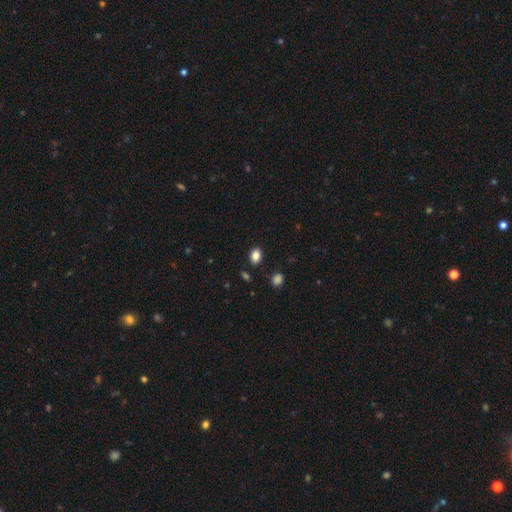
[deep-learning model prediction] smooth 86%, star or artifact 10%, featured or disk 5%. Down the decision tree: how rounded — in between (75%); merging — none (87%).